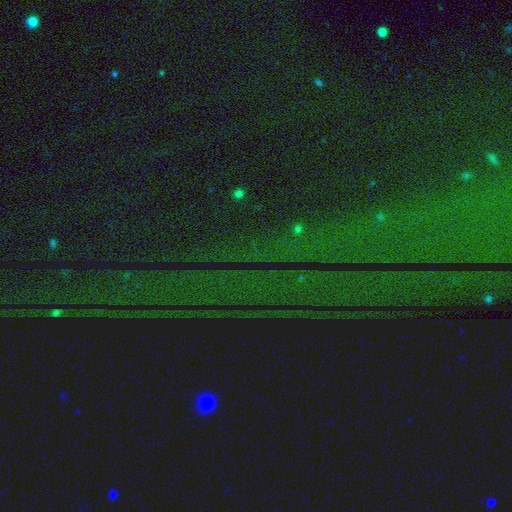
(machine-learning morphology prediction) A star or artifact, not a galaxy (84%).

Vote fractions:
- Smooth or featured? star or artifact: 84% / smooth: 8% / featured or disk: 8%